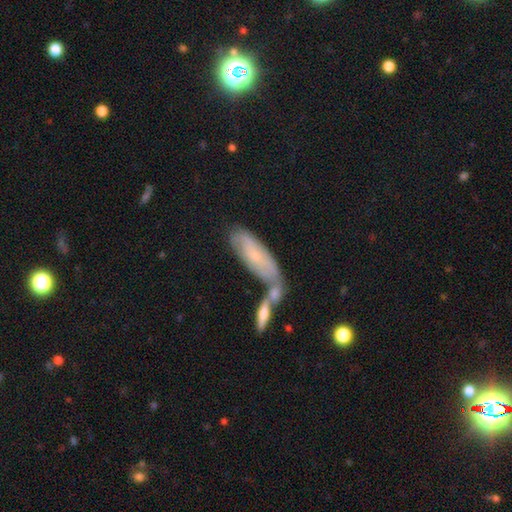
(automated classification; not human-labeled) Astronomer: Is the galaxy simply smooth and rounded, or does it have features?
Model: smooth — 52% (runner-up: featured or disk, 41%).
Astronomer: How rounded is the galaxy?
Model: in between — 54% (runner-up: cigar-shaped, 44%).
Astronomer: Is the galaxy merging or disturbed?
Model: none — 41% (runner-up: merger, 35%).